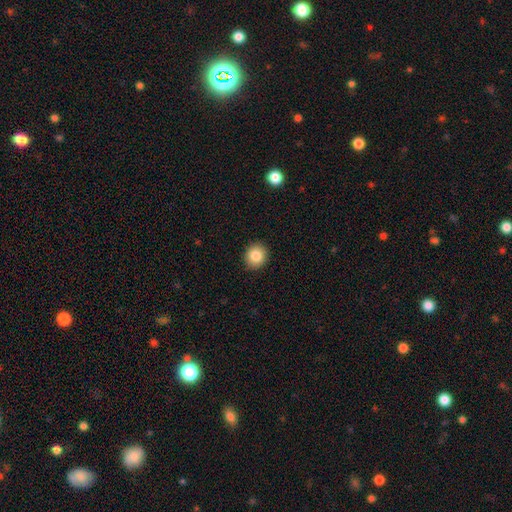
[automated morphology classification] type=smooth (85%); roundness=round (82%); merging=none (91%).